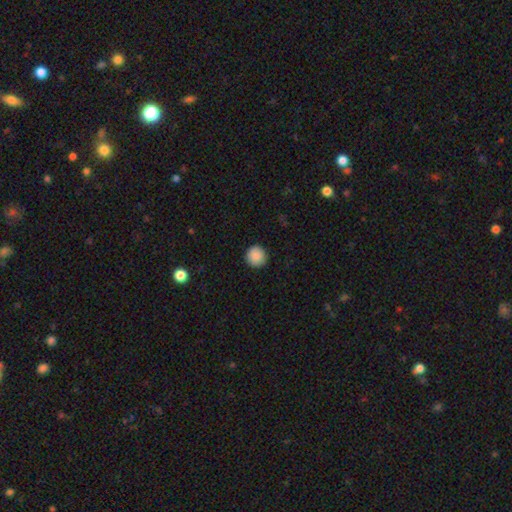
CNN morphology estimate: The model was most divided on "smooth or featured": smooth: 89%, star or artifact: 8%, featured or disk: 3%. More confident: how rounded — round (96%); merging — none (92%).